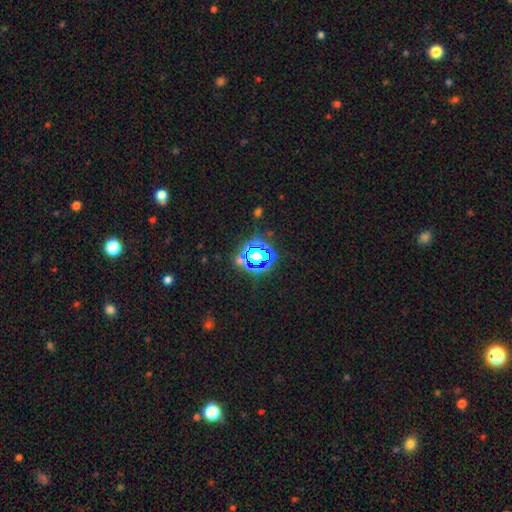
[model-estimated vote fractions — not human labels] star or artifact 63%, smooth 25%, featured or disk 12%.